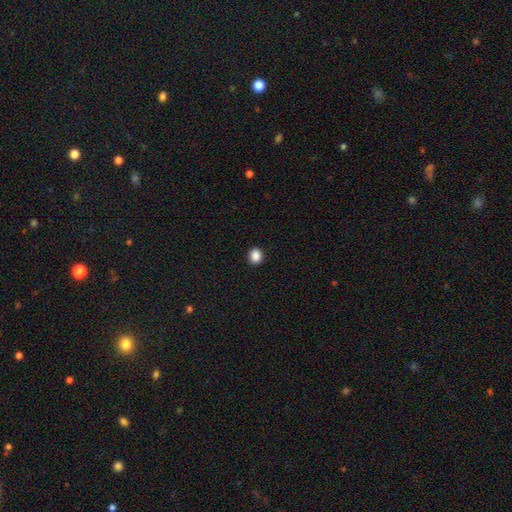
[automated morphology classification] Smooth or featured: smooth — 88% (star or artifact — 10%)
How rounded: round — 71% (in between — 28%)
Merging: none — 92% (minor disturbance — 5%)